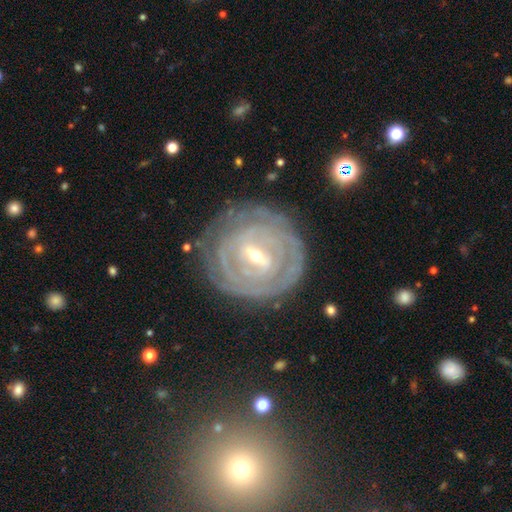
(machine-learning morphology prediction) This is clearly a featured or disk galaxy (86%). It is clearly not viewed edge-on (95%). Bar: marginally weak (43%, tied with strong). Spiral arm pattern: clearly yes (88%). Spiral arm count: possibly can't tell (48%). Spiral winding: clearly tight (85%). Central bulge: possibly small (58%). Merging: likely none (78%).